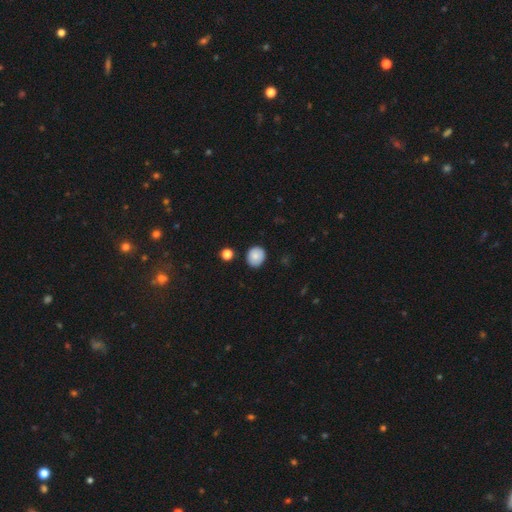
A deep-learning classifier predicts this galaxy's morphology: Smooth or featured: smooth — 83% (featured or disk — 8%)
How rounded: round — 80% (in between — 19%)
Merging: none — 84% (minor disturbance — 11%)